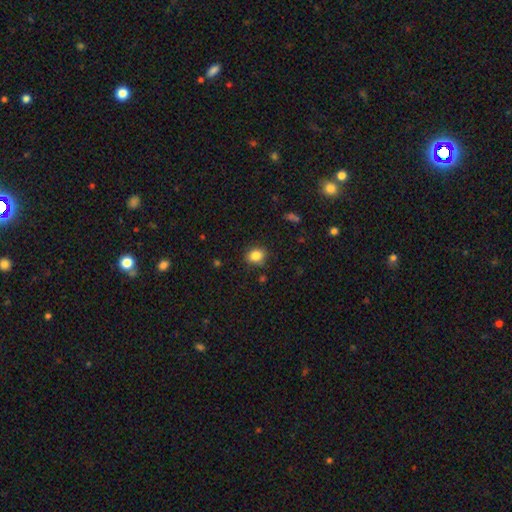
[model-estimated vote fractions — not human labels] Q: Smooth or featured?
A: smooth (84%); runner-up: star or artifact (10%)
Q: How rounded?
A: round (60%); runner-up: in between (39%)
Q: Merging?
A: none (85%); runner-up: minor disturbance (10%)